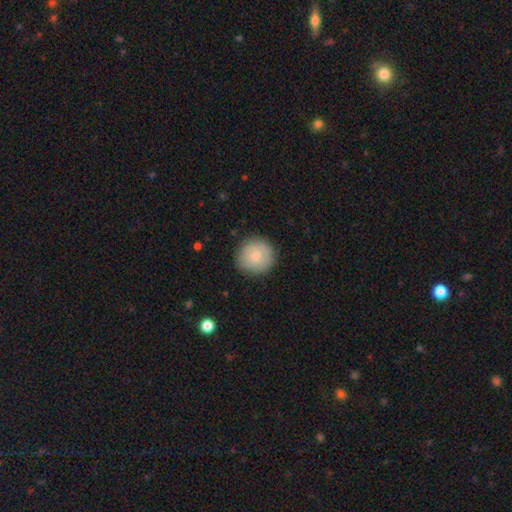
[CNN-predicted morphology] Overall: smooth (78%). How rounded: round (92%). Merging: none (85%).